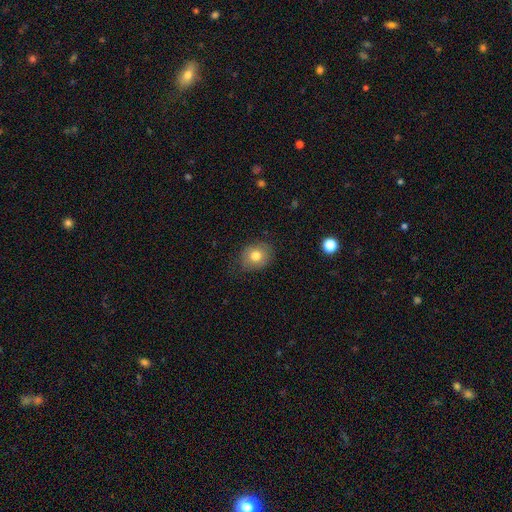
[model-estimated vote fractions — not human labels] A smooth galaxy with no disk features (78%) that is round (55%). Merging: none (75%).